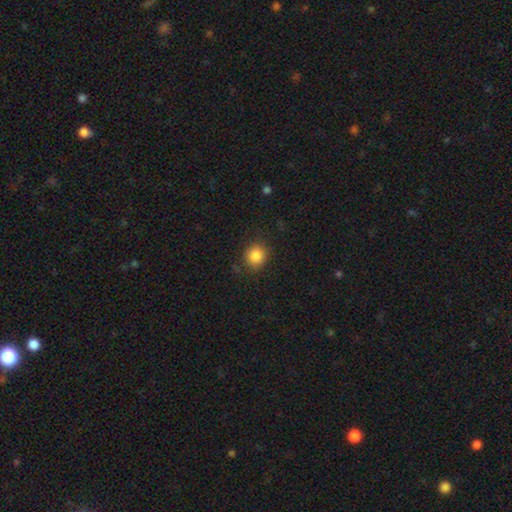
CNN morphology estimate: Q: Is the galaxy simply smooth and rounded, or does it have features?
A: smooth — 85%.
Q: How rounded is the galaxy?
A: round — 83%.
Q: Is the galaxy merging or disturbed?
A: none — 85%.